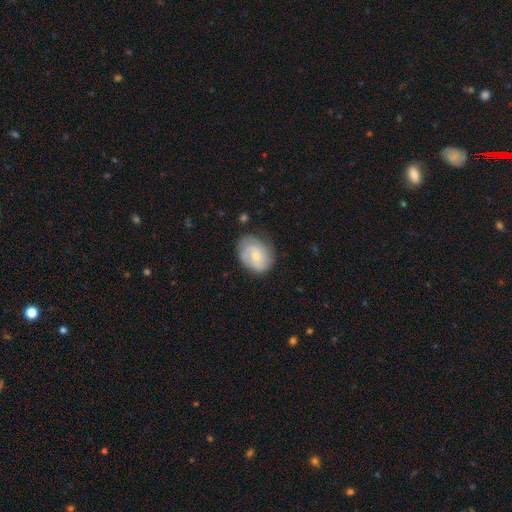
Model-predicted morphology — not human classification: This appears to be a featured or disk galaxy (50%). Merging: none (66%).